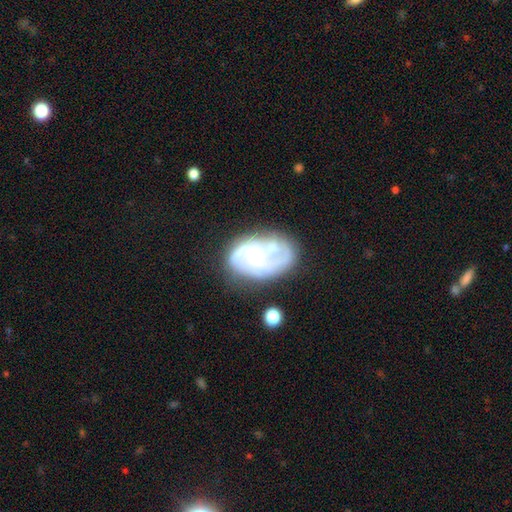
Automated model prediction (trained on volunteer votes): Morphology: type=featured or disk (79%); edge-on=no (97%); bar=no (51%); spiral arms=yes (88%); winding=medium (45%); arm count=2 (38%); bulge=small (51%); merging=none (59%).